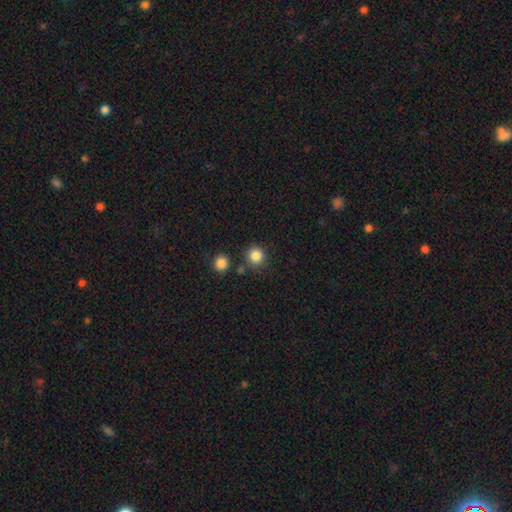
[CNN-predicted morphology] The model was most divided on "merging": none: 81%, minor disturbance: 9%, merger: 7%, major disturbance: 3%. More confident: how rounded — round (91%); smooth or featured — smooth (85%).